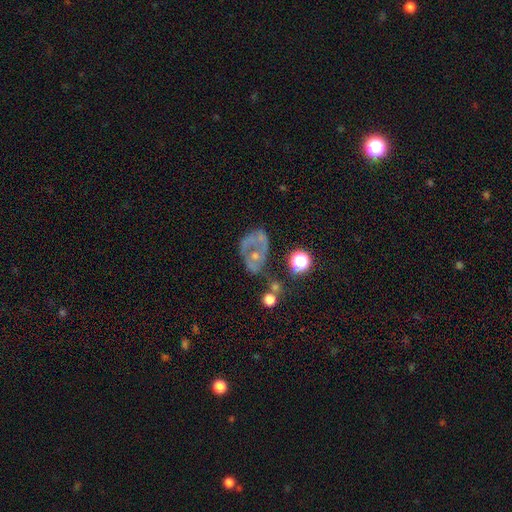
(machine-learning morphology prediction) A featured or disk galaxy (60%) with no bar (85%), no spiral arms (64%) and a small central bulge (52%).

Vote fractions:
- Smooth or featured? featured or disk: 60% / smooth: 25% / star or artifact: 15%
- Edge-on disk? no: 96% / yes: 4%
- Bar? no: 85% / weak: 12% / strong: 4%
- Spiral arms? no: 64% / yes: 36%
- Bulge size? small: 52% / moderate: 32% / none: 12% / large: 2% / dominant: 2%
- Merging? none: 36% / major disturbance: 31% / minor disturbance: 23% / merger: 10%